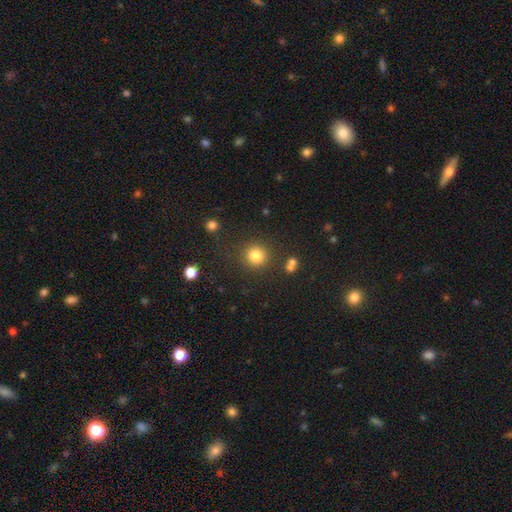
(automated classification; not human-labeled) This appears to be a smooth galaxy with no disk features (82%) that is round (93%). Merging: none (87%).